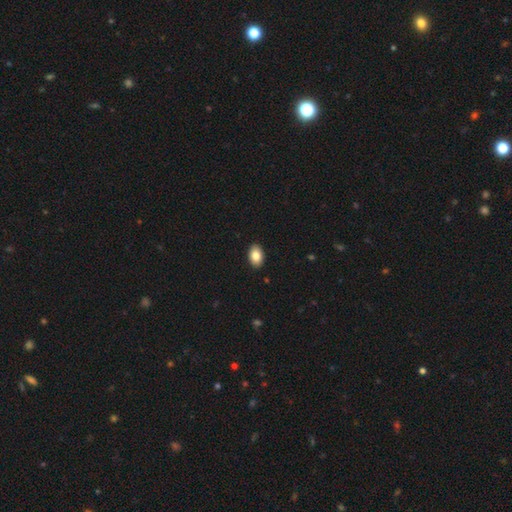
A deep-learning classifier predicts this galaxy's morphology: A smooth galaxy with no disk features (86%) that is in between round and cigar-shaped (90%). Merging: none (90%).